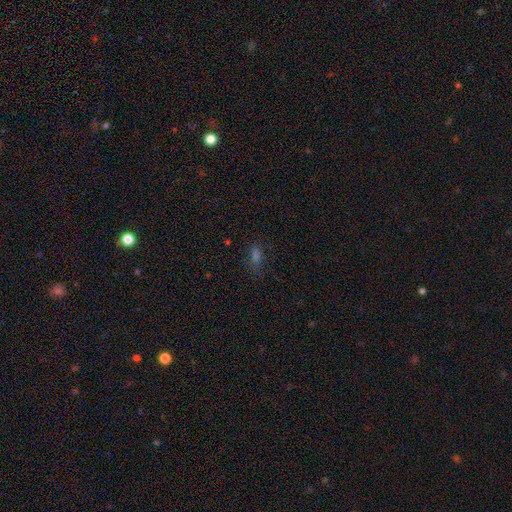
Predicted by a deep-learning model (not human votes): Q: Smooth or featured?
A: smooth (56%); runner-up: star or artifact (33%)
Q: How rounded?
A: in between (78%); runner-up: round (14%)
Q: Merging?
A: none (70%); runner-up: minor disturbance (18%)